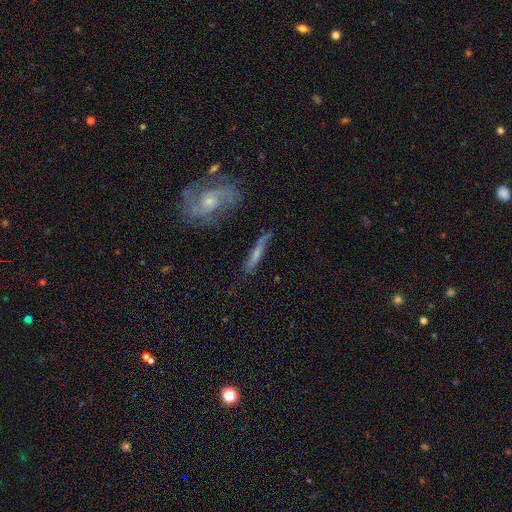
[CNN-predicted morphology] smooth_or_featured: featured or disk (p=0.58) [alt: smooth p=0.29]
disk_edge_on: yes (p=0.55) [alt: no p=0.45]
merging: none (p=0.69) [alt: minor disturbance p=0.18]